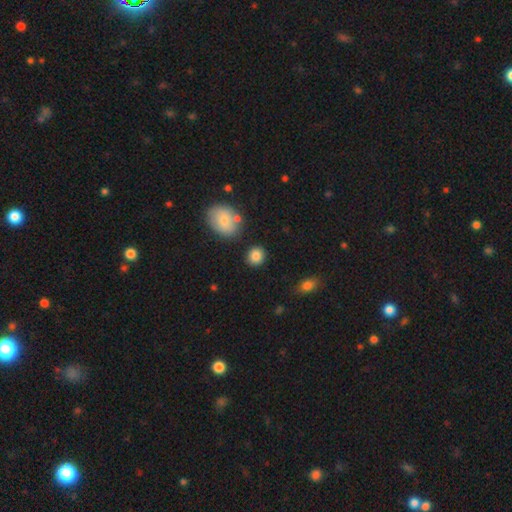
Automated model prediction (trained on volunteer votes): smooth-or-featured: smooth: 86% | star or artifact: 9% | featured or disk: 5%
  how-rounded: round: 82% | in between: 17% | cigar-shaped: 1%
  merging: none: 85% | minor disturbance: 9% | merger: 4% | major disturbance: 3%